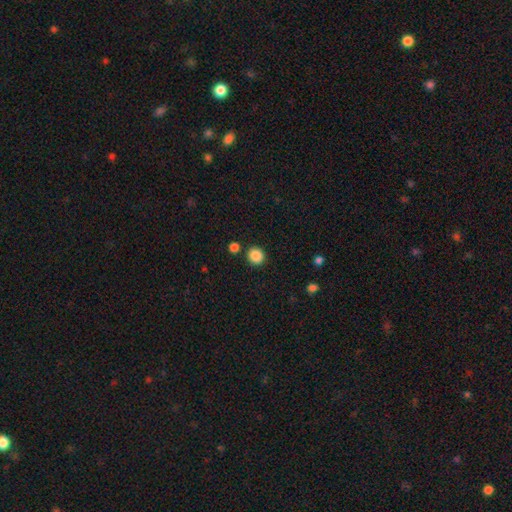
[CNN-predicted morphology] The model was most divided on "how rounded": round: 87%, in between: 12%, cigar-shaped: 1%. More confident: smooth or featured — smooth (88%); merging — none (86%).